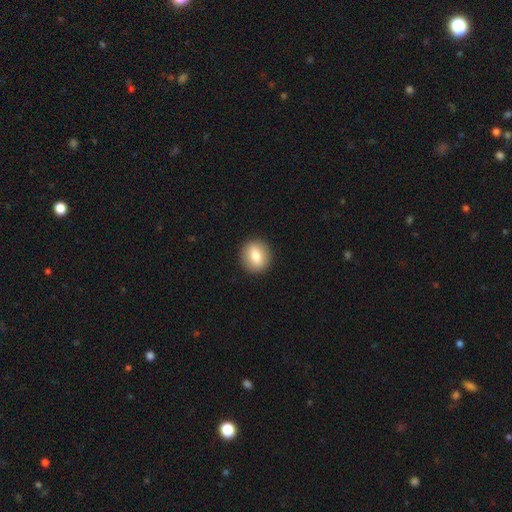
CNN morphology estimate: Smooth or featured? Predicted: smooth (p=0.77). How rounded? Predicted: round (p=0.76). Merging? Predicted: none (p=0.91).